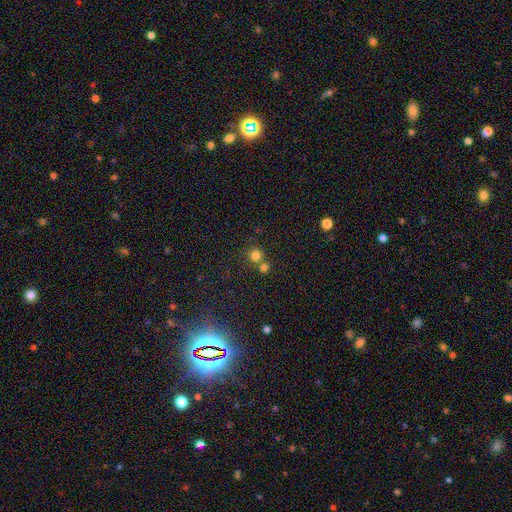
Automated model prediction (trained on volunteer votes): Q: Smooth or featured?
A: smooth (78%); runner-up: star or artifact (16%)
Q: How rounded?
A: round (92%); runner-up: in between (7%)
Q: Merging?
A: none (59%); runner-up: merger (32%)